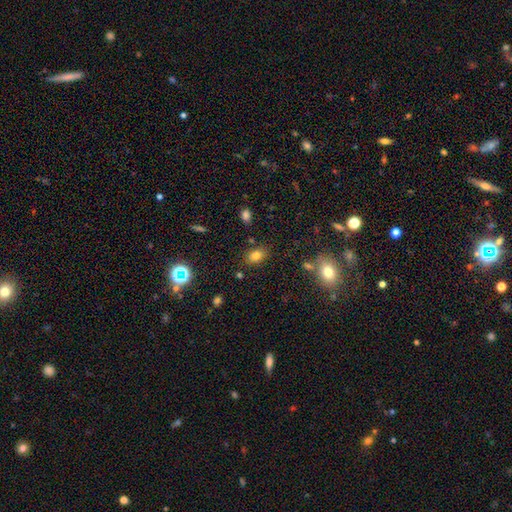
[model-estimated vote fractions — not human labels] A smooth galaxy with no disk features (79%) that is in between round and cigar-shaped (80%).

Vote fractions:
- Smooth or featured? smooth: 79% / star or artifact: 14% / featured or disk: 8%
- How rounded? in between: 80% / round: 18% / cigar-shaped: 2%
- Merging? none: 80% / minor disturbance: 12% / merger: 5% / major disturbance: 3%